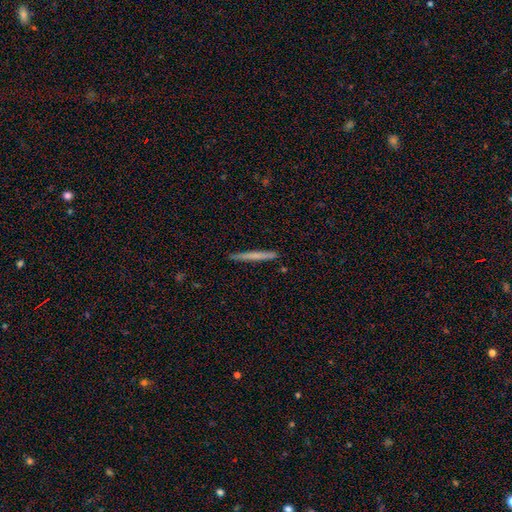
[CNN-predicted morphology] smooth-or-featured: smooth: 61% | featured or disk: 33% | star or artifact: 6%
  how-rounded: cigar-shaped: 97% | in between: 2% | round: 1%
  merging: none: 90% | minor disturbance: 7% | major disturbance: 1% | merger: 1%